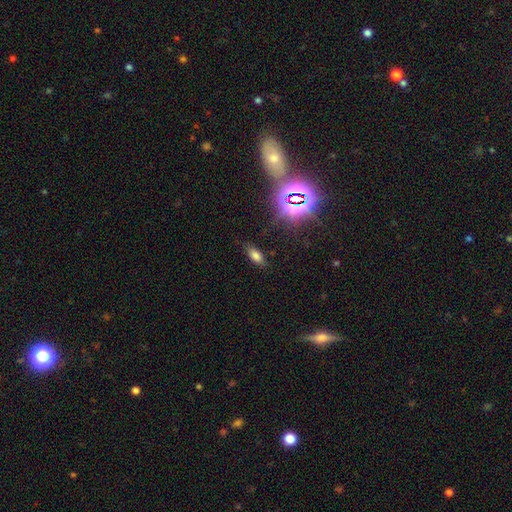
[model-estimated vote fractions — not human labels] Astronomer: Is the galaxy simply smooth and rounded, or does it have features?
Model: smooth — 68%.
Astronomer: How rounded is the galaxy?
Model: in between — 82%.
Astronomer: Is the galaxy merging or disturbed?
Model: none — 82%.